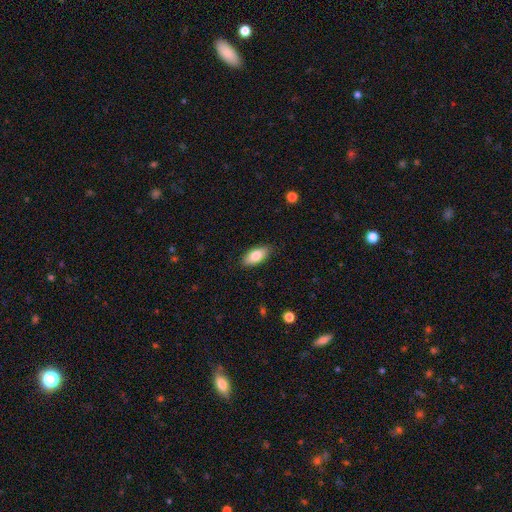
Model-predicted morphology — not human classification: Smooth or featured? Predicted: smooth (p=0.83). How rounded? Predicted: in between (p=0.88). Merging? Predicted: none (p=0.86).